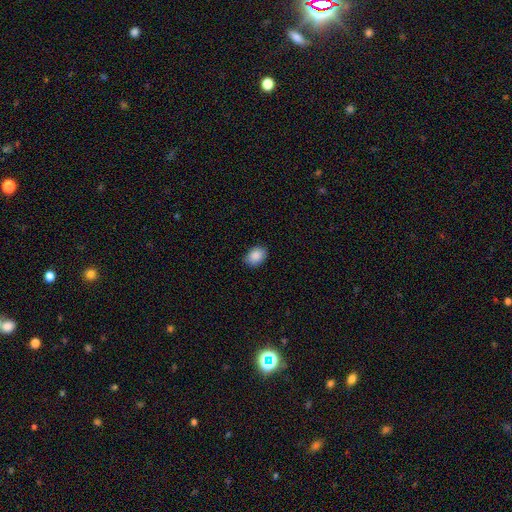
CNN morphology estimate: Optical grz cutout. It shows a smooth galaxy with no disk features (89%) that is in between round and cigar-shaped (77%). Merging: none (83%).